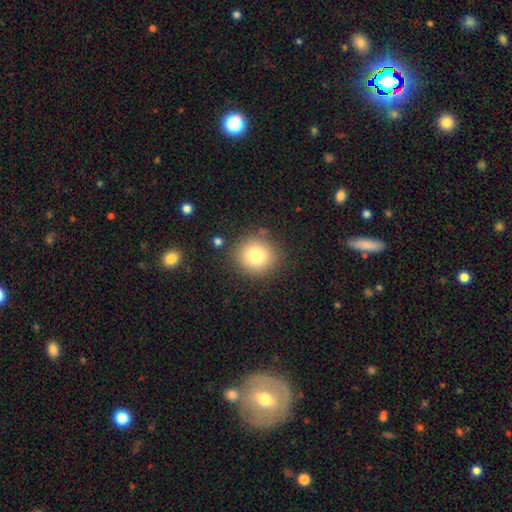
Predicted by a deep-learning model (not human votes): smooth-or-featured: smooth: 78% | star or artifact: 12% | featured or disk: 10%
  how-rounded: round: 91% | in between: 8% | cigar-shaped: 1%
  merging: none: 85% | minor disturbance: 9% | major disturbance: 3% | merger: 3%